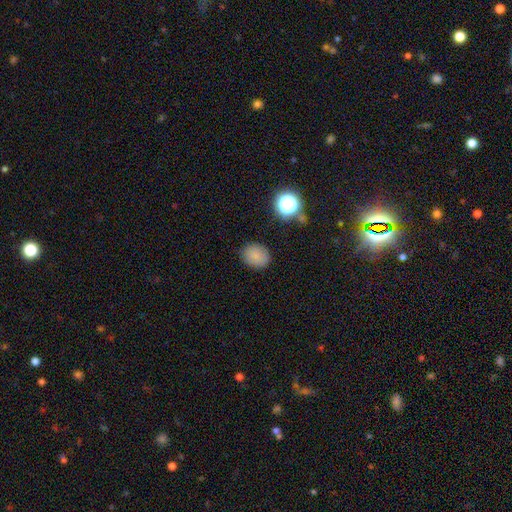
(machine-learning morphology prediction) This appears to be a smooth galaxy with no disk features (80%) that is round (68%). Merging: none (84%).